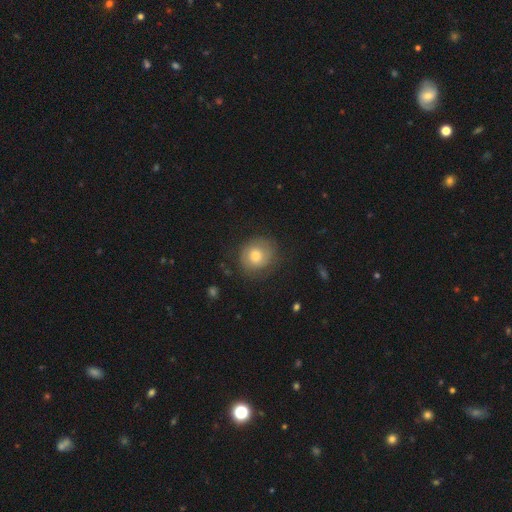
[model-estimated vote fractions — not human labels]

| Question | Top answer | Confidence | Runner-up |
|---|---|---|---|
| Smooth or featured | smooth | 60% | featured or disk (32%) |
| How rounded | round | 77% | in between (22%) |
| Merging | none | 76% | minor disturbance (16%) |